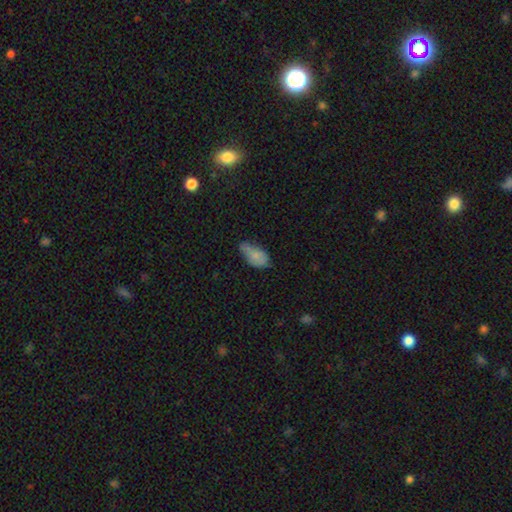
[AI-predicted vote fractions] Q: Smooth or featured?
A: smooth (76%); runner-up: featured or disk (15%)
Q: How rounded?
A: in between (91%); runner-up: round (5%)
Q: Merging?
A: minor disturbance (44%); runner-up: none (32%)